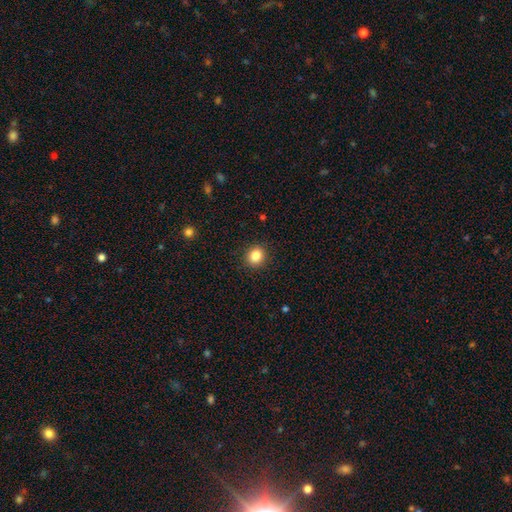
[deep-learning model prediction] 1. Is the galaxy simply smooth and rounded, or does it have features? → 85% smooth, 10% star or artifact, 5% featured or disk.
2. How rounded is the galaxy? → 83% round, 16% in between, 1% cigar-shaped.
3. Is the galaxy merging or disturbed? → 91% none, 6% minor disturbance, 2% major disturbance, 1% merger.